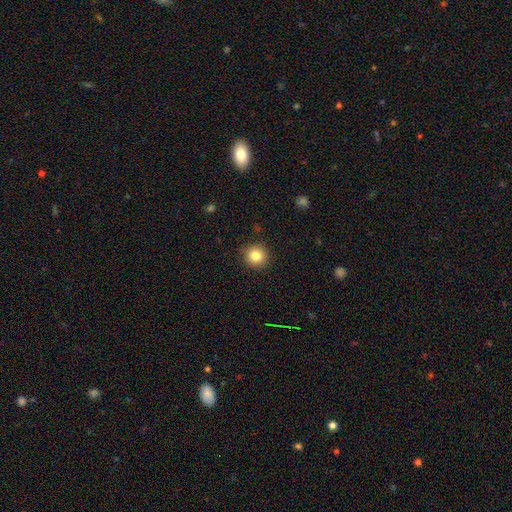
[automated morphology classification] The model was most divided on "smooth or featured": smooth: 84%, star or artifact: 10%, featured or disk: 6%. More confident: how rounded — round (93%); merging — none (90%).